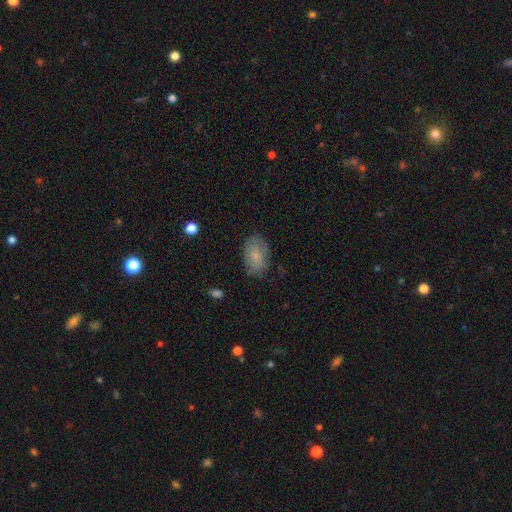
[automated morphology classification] Overall: smooth (79%). How rounded: in between (91%). Merging: none (77%).